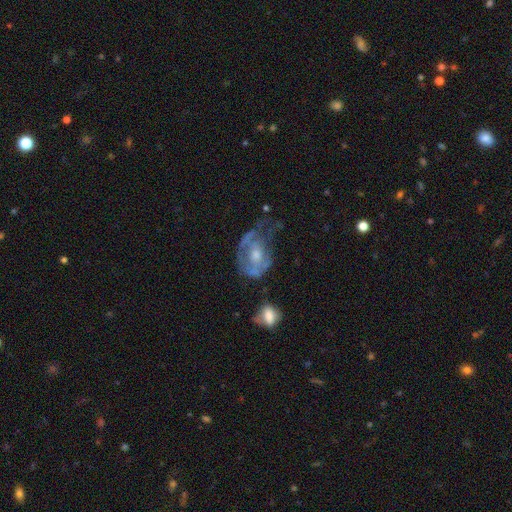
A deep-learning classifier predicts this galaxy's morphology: The model was most divided on "spiral arms": yes: 51%, no: 49%. Remaining: edge-on disk — no (96%); bar — no (74%); smooth or featured — featured or disk (68%); bulge size — moderate (56%); merging — major disturbance (38%).